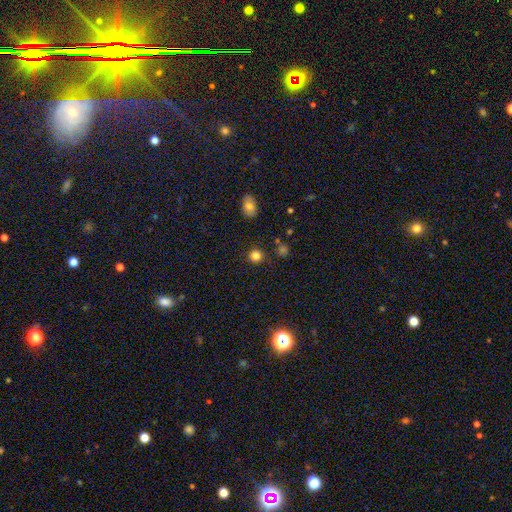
Smooth or featured?
  - smooth: 89% *
  - star or artifact: 11%
  - featured or disk: 0%
How rounded?
  - round: 97% *
  - in between: 3%
  - cigar-shaped: 0%
Merging?
  - none: 85% *
  - minor disturbance: 6%
  - merger: 6%
  - major disturbance: 3%